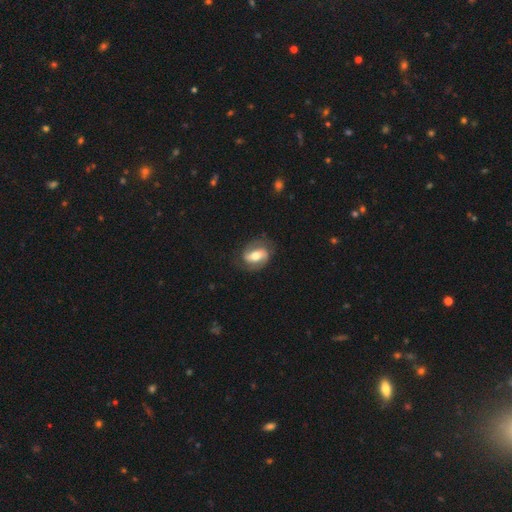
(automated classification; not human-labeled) smooth-or-featured: featured or disk: 72% | smooth: 23% | star or artifact: 6%
  disk-edge-on: no: 96% | yes: 4%
    bar: strong: 38% | weak: 36% | no: 26%
    has-spiral-arms: yes: 88% | no: 12%
      spiral-winding: medium: 46% | tight: 31% | loose: 23%
      spiral-arm-count: 2: 88% | can't tell: 5% | 1: 3% | 3: 1% | 4: 1% | more than 4: 1%
    bulge-size: moderate: 64% | large: 17% | small: 16% | dominant: 2% | none: 2%
  merging: none: 76% | minor disturbance: 15% | major disturbance: 8% | merger: 1%